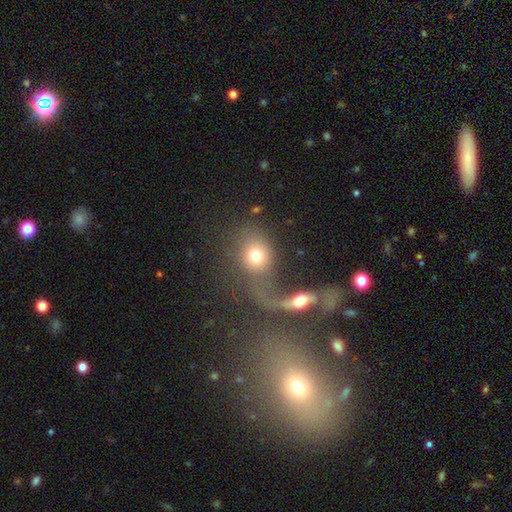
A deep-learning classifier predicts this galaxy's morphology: A smooth galaxy with no disk features (68%) that is round (59%).

Vote fractions:
- Smooth or featured? smooth: 68% / featured or disk: 21% / star or artifact: 11%
- How rounded? round: 59% / in between: 39% / cigar-shaped: 2%
- Merging? merger: 51% / none: 22% / major disturbance: 19% / minor disturbance: 8%